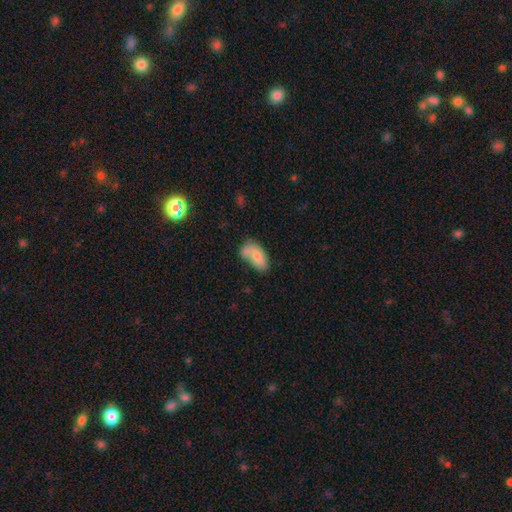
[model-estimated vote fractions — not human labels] Smooth or featured? Predicted: smooth (p=0.75). How rounded? Predicted: in between (p=0.92). Merging? Predicted: none (p=0.39).